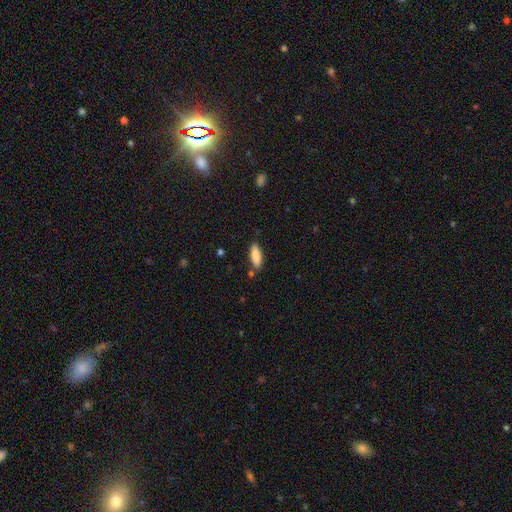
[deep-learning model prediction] Smooth or featured? smooth (86%)
How rounded? in between (72%)
Merging? none (81%)